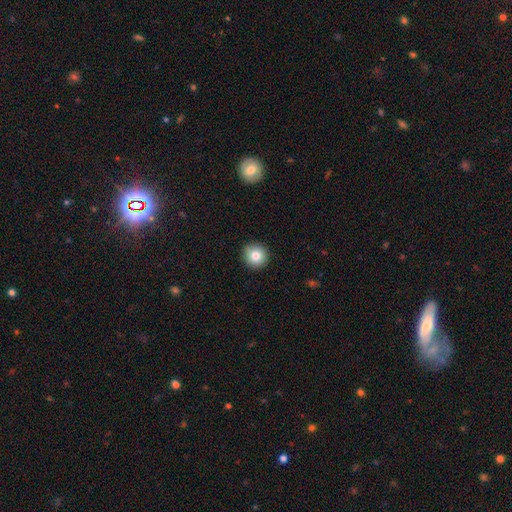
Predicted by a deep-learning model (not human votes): This appears to be a smooth galaxy with no disk features (81%) that is round (94%). Merging: none (91%).